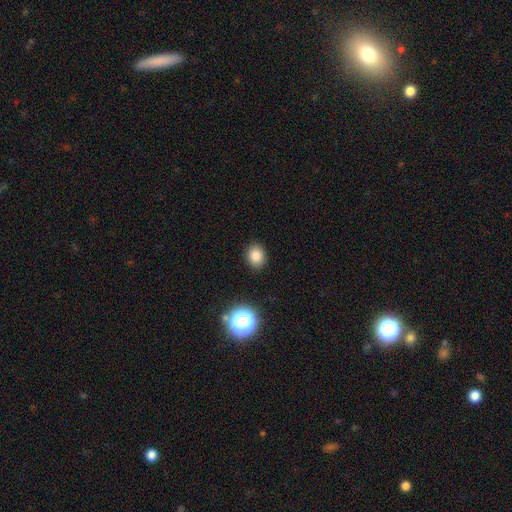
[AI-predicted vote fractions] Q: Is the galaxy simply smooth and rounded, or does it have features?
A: smooth — 82%.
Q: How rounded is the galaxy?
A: round — 59%.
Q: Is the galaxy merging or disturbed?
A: none — 89%.